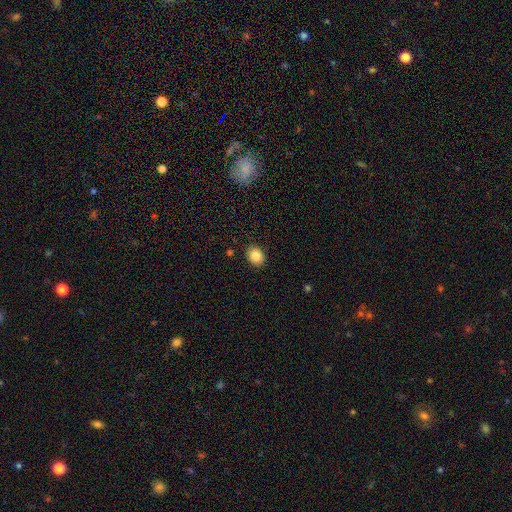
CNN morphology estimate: Smooth or featured? smooth (84%)
How rounded? round (51%)
Merging? none (89%)